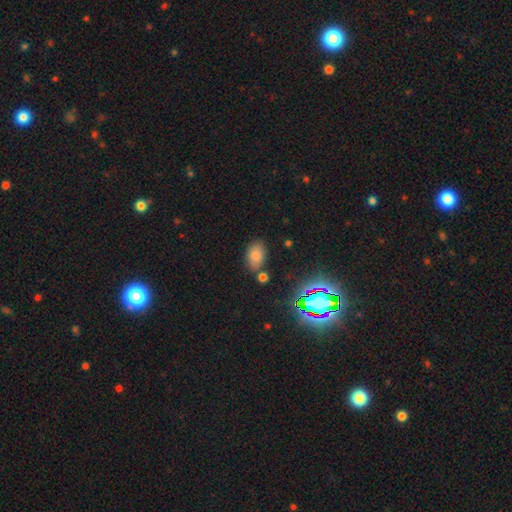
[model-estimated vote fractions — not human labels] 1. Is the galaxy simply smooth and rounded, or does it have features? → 76% smooth, 16% star or artifact, 8% featured or disk.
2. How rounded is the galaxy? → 88% in between, 11% round, 1% cigar-shaped.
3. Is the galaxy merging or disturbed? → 72% none, 14% minor disturbance, 10% merger, 4% major disturbance.